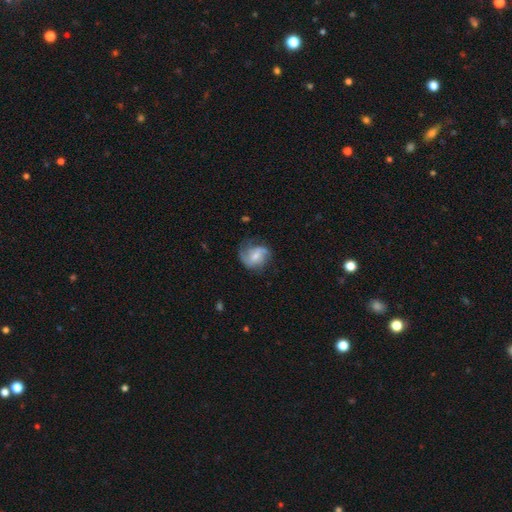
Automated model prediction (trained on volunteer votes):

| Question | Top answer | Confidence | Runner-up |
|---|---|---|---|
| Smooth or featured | featured or disk | 67% | smooth (26%) |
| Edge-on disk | no | 98% | yes (2%) |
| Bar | no | 50% | weak (40%) |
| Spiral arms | yes | 89% | no (11%) |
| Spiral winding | medium | 44% | loose (33%) |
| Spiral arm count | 2 | 49% | 3 (21%) |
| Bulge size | small | 47% | moderate (45%) |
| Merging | none | 60% | minor disturbance (24%) |